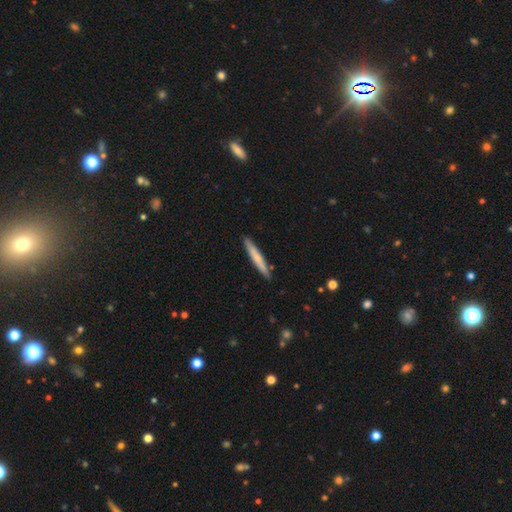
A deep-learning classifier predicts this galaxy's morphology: Smooth or featured: smooth — 69% (featured or disk — 26%)
How rounded: cigar-shaped — 95% (in between — 4%)
Merging: none — 89% (minor disturbance — 8%)